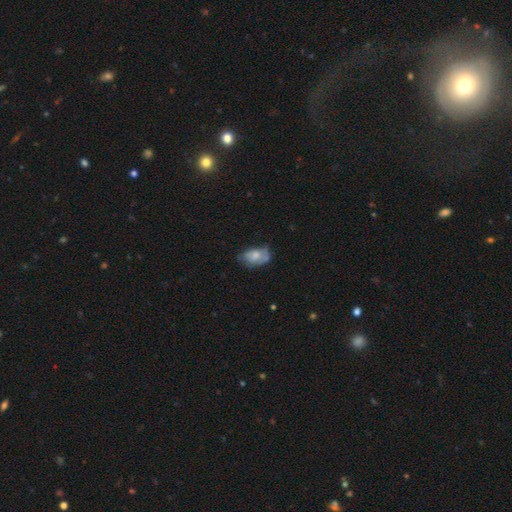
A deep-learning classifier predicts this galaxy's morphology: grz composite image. It shows a smooth galaxy with no disk features (58%) that is in between round and cigar-shaped (89%). Merging: none (44%).